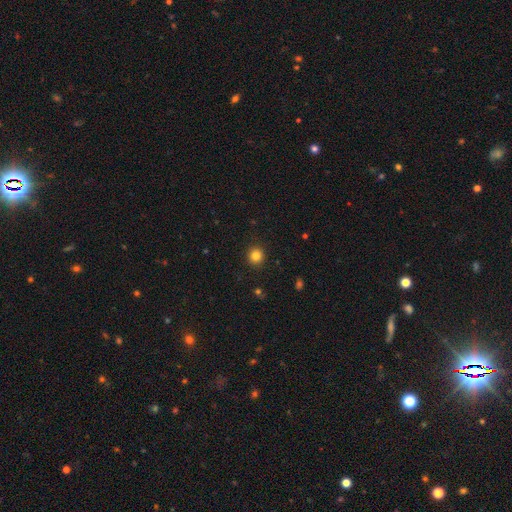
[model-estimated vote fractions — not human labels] Overall: smooth (83%). How rounded: round (92%). Merging: none (92%).